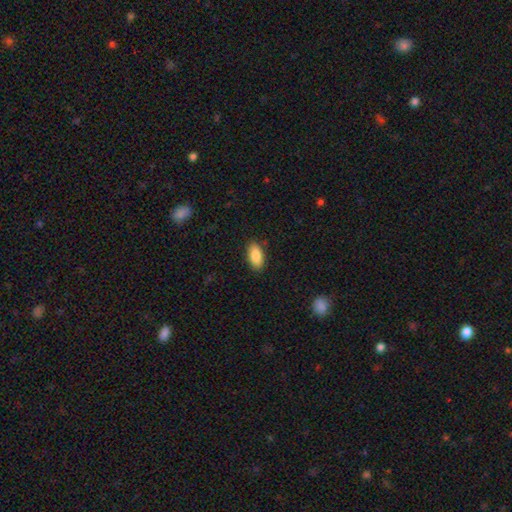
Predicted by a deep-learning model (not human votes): Smooth or featured? smooth (88%)
How rounded? in between (91%)
Merging? none (87%)